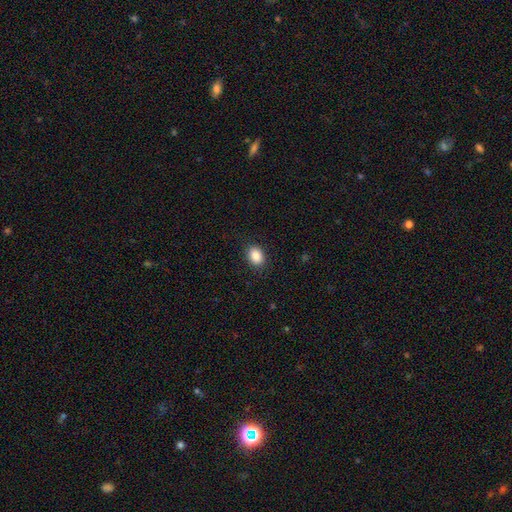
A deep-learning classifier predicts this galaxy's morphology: smooth_or_featured: smooth (p=0.87) [alt: star or artifact p=0.08]
how_rounded: in between (p=0.70) [alt: round p=0.29]
merging: none (p=0.89) [alt: minor disturbance p=0.08]